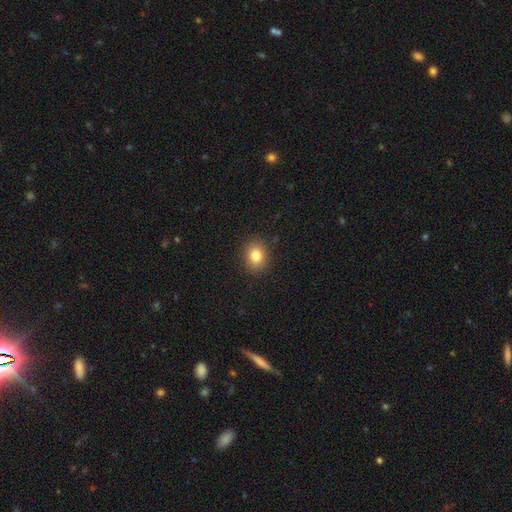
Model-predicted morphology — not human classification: Q: Smooth or featured?
A: smooth (82%); runner-up: star or artifact (11%)
Q: How rounded?
A: round (59%); runner-up: in between (41%)
Q: Merging?
A: none (89%); runner-up: minor disturbance (8%)